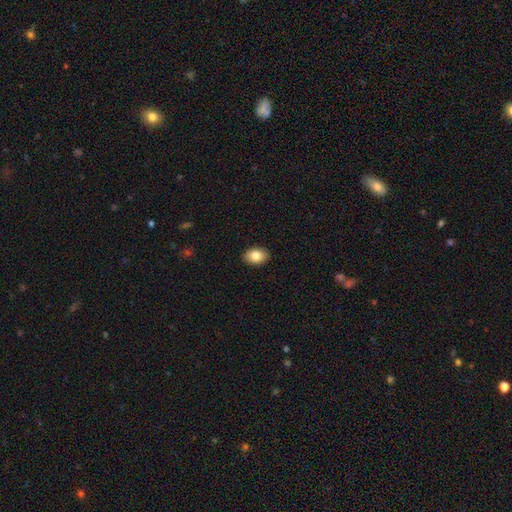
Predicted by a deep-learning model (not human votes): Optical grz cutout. It shows a smooth galaxy with no disk features (84%) that is in between round and cigar-shaped (83%). Merging: none (90%).